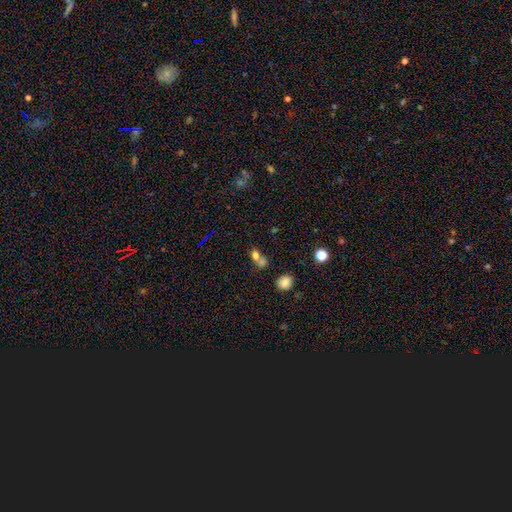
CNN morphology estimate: smooth-or-featured: smooth: 63% | star or artifact: 24% | featured or disk: 13%
  how-rounded: round: 58% | in between: 39% | cigar-shaped: 4%
  merging: merger: 46% | none: 41% | minor disturbance: 8% | major disturbance: 5%